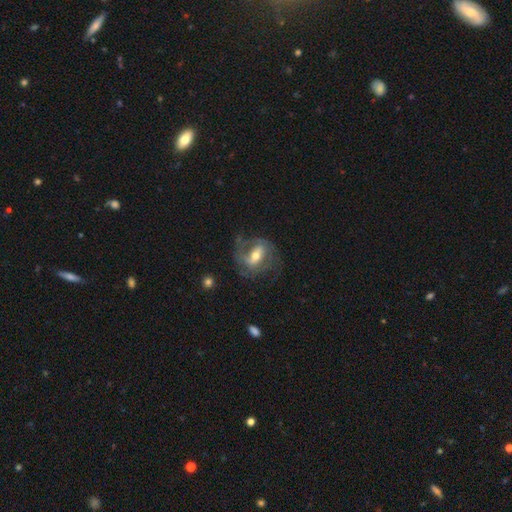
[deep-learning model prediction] A featured or disk galaxy (76%) with a weak bar (41%), 2 (63%) medium (46%) spiral arms (83%) and a moderate central bulge (68%).

Vote fractions:
- Smooth or featured? featured or disk: 76% / smooth: 18% / star or artifact: 6%
- Edge-on disk? no: 95% / yes: 5%
- Bar? weak: 41% / strong: 37% / no: 22%
- Spiral arms? yes: 83% / no: 17%
- Spiral winding? medium: 46% / tight: 31% / loose: 22%
- Spiral arm count? 2: 63% / can't tell: 18% / 3: 8% / 1: 7% / 4: 2% / more than 4: 2%
- Bulge size? moderate: 68% / small: 20% / large: 10% / none: 1% / dominant: 1%
- Merging? none: 58% / minor disturbance: 21% / major disturbance: 19% / merger: 2%